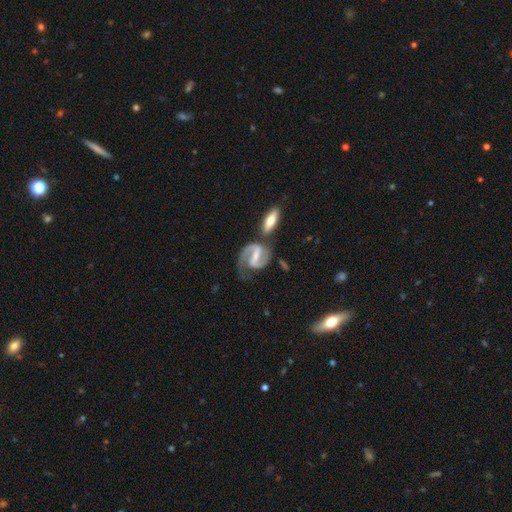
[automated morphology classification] Smooth or featured? Predicted: featured or disk (p=0.88). Edge-on disk? Predicted: no (p=0.96). Bar? Predicted: strong (p=0.58). Spiral arms? Predicted: yes (p=0.96). Spiral winding? Predicted: medium (p=0.57). Spiral arm count? Predicted: 2 (p=0.90). Bulge size? Predicted: small (p=0.49). Merging? Predicted: none (p=0.60).